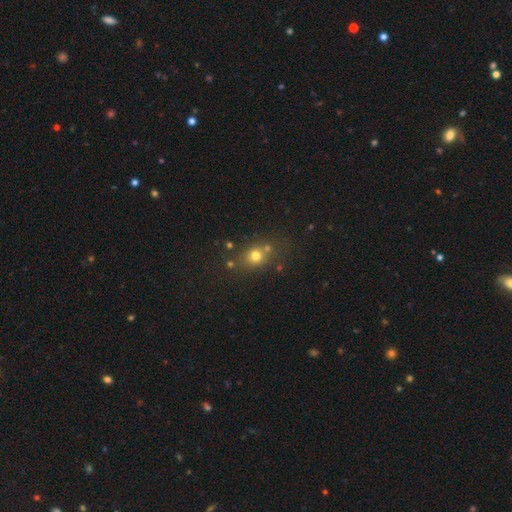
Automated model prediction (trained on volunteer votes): Smooth or featured? smooth (69%)
How rounded? round (68%)
Merging? none (65%)